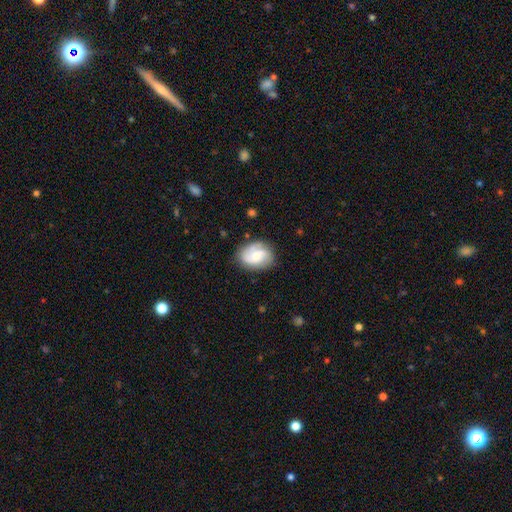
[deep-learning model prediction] A featured or disk galaxy (62%) with no bar (55%), 2 (56%) medium (44%) spiral arms (92%) and a moderate central bulge (47%). Merging: none (76%).